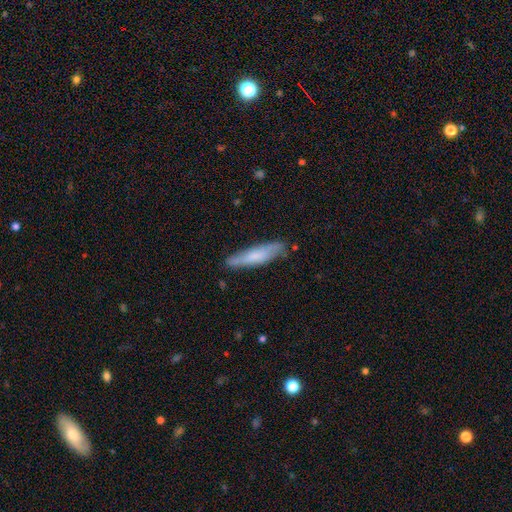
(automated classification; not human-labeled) This is likely a smooth galaxy (64%). How rounded: clearly cigar-shaped (82%). Merging: likely none (78%).